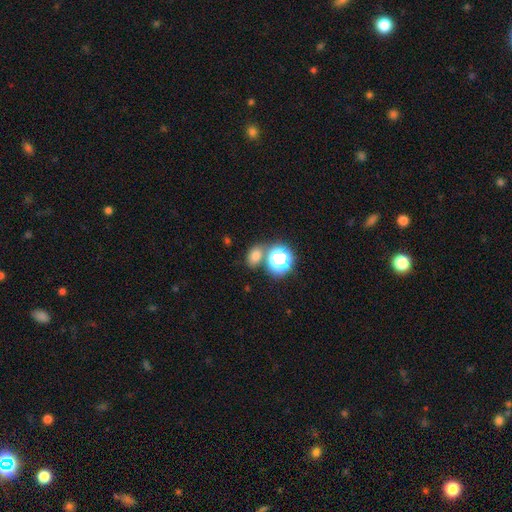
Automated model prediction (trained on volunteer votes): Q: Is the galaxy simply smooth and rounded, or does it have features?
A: smooth — 70%.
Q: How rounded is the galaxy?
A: in between — 58%.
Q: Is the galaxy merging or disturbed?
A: none — 66%.